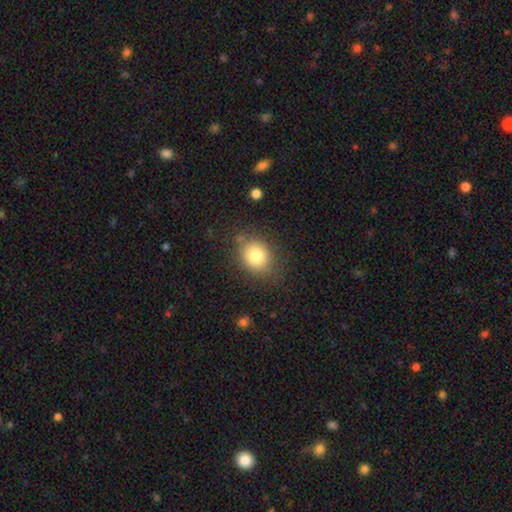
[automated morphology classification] A smooth galaxy with no disk features (80%) that is round (63%).

Vote fractions:
- Smooth or featured? smooth: 80% / star or artifact: 11% / featured or disk: 10%
- How rounded? round: 63% / in between: 36% / cigar-shaped: 1%
- Merging? none: 78% / minor disturbance: 15% / major disturbance: 5% / merger: 2%